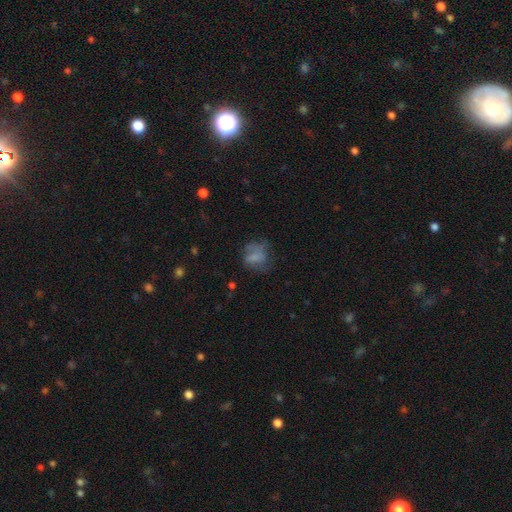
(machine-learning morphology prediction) smooth_or_featured: smooth (p=0.60) [alt: featured or disk p=0.27]
how_rounded: round (p=0.52) [alt: in between p=0.47]
merging: none (p=0.43) [alt: major disturbance p=0.29]